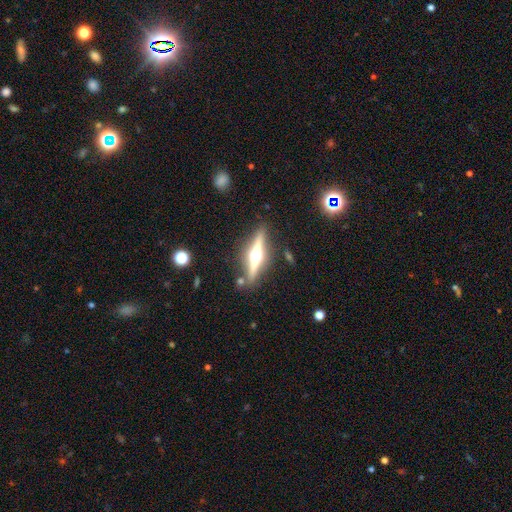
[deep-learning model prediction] featured or disk 77%, smooth 17%, star or artifact 6%. Down the decision tree: edge-on disk — yes (97%); edge-on bulge — rounded (95%); merging — none (85%).